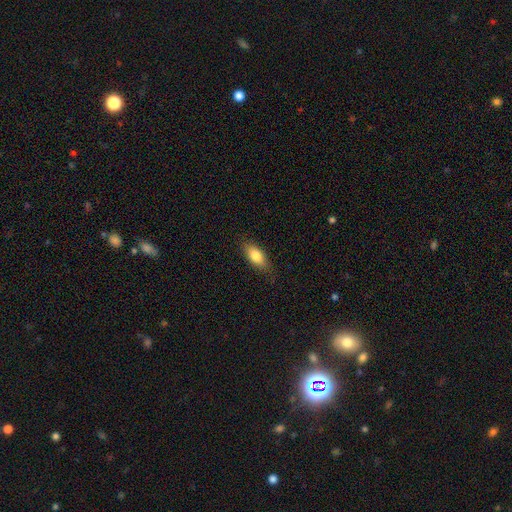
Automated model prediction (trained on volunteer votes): The model was most divided on "merging": none: 81%, minor disturbance: 15%, major disturbance: 3%, merger: 1%. More confident: how rounded — in between (82%); smooth or featured — smooth (80%).